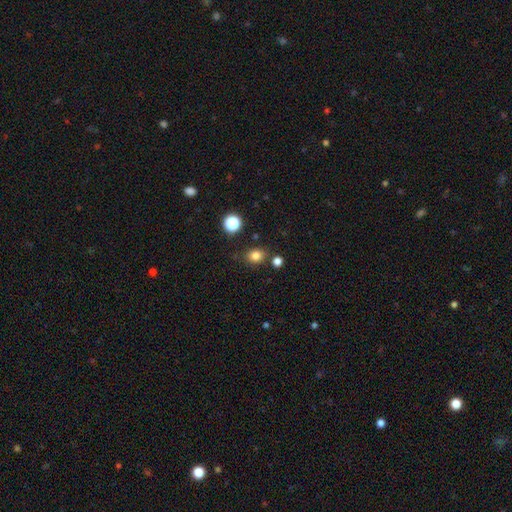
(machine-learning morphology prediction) Smooth or featured: smooth — 80% (star or artifact — 14%)
How rounded: round — 58% (in between — 41%)
Merging: none — 79% (minor disturbance — 11%)